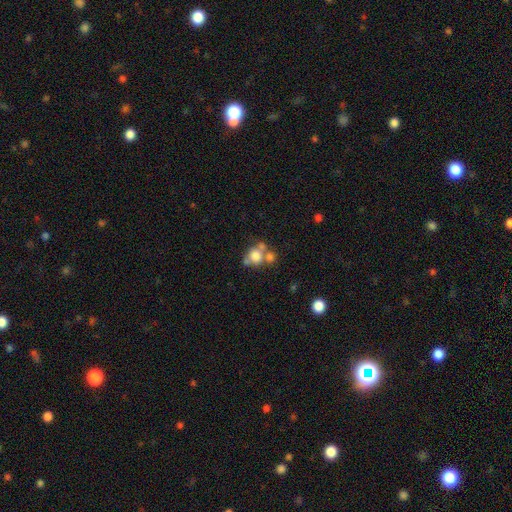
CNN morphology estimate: Q: Smooth or featured?
A: smooth (69%); runner-up: featured or disk (19%)
Q: How rounded?
A: round (73%); runner-up: in between (25%)
Q: Merging?
A: merger (43%); runner-up: none (39%)